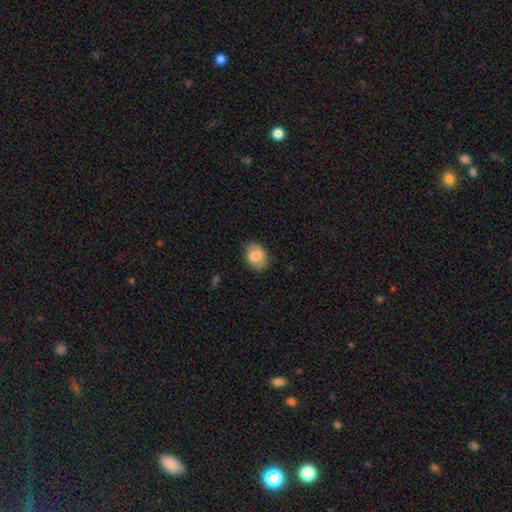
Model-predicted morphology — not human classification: Smooth or featured? Predicted: smooth (p=0.62). How rounded? Predicted: in between (p=0.63). Merging? Predicted: none (p=0.74).